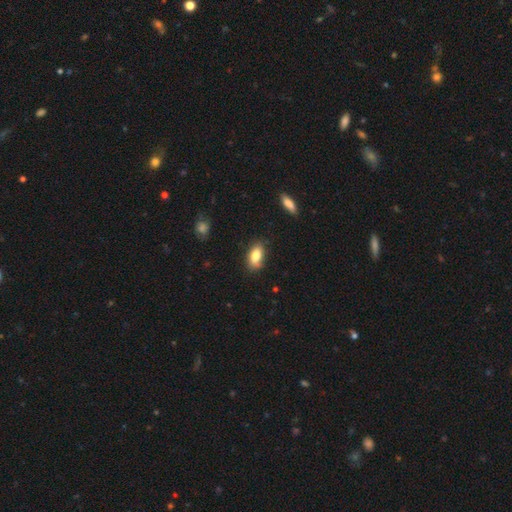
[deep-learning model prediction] This appears to be a smooth galaxy with no disk features (82%) that is in between round and cigar-shaped (89%). Merging: none (75%).